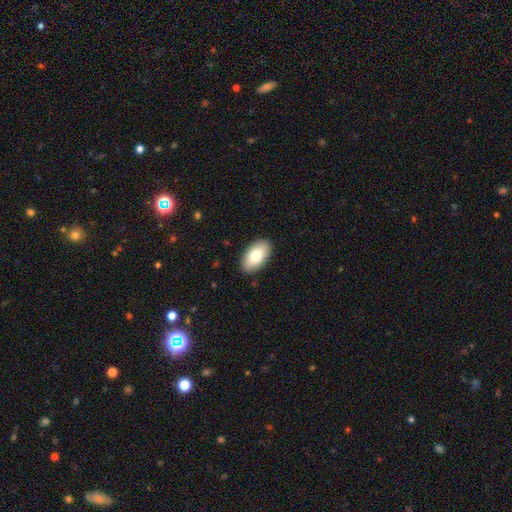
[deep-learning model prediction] Smooth or featured? smooth (77%)
How rounded? in between (95%)
Merging? none (90%)